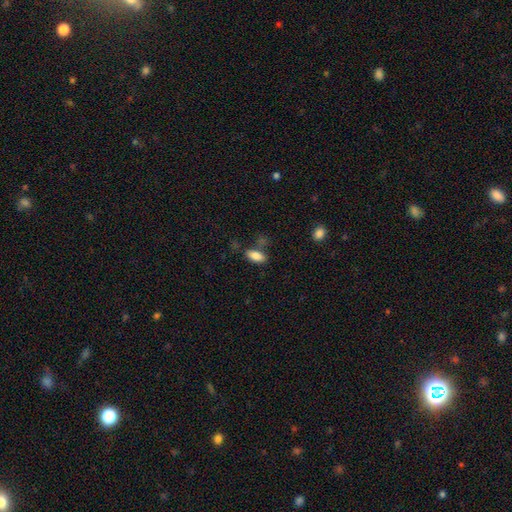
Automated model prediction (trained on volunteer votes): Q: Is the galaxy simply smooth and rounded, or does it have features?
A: smooth — 84%.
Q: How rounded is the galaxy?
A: in between — 89%.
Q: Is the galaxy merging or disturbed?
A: none — 72%.